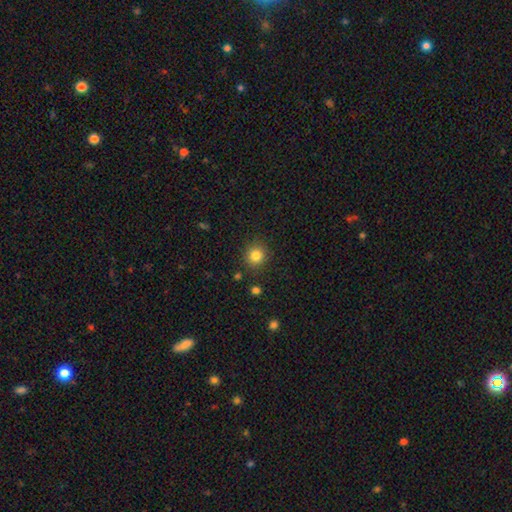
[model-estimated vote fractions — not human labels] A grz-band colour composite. It shows a smooth galaxy with no disk features (82%) that is round (90%). Merging: none (88%).